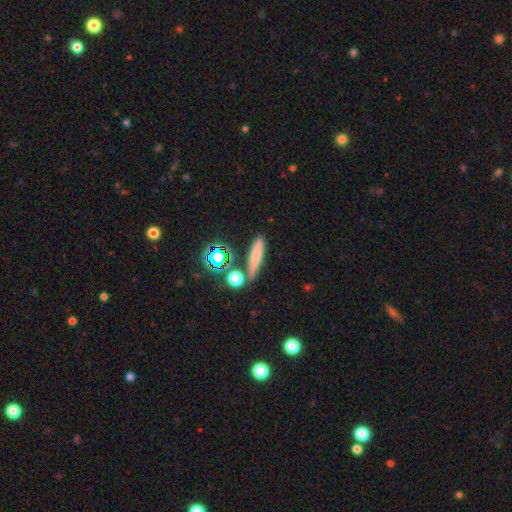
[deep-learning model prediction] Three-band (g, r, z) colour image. It shows a smooth galaxy with no disk features (69%) that is cigar-shaped (71%). Merging: none (75%).